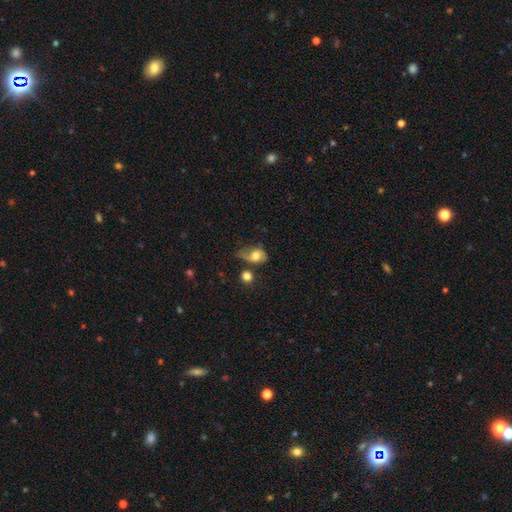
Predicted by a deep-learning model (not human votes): A smooth galaxy with no disk features (57%) that is in between round and cigar-shaped (62%). Merging: minor disturbance (31%, tied with none).